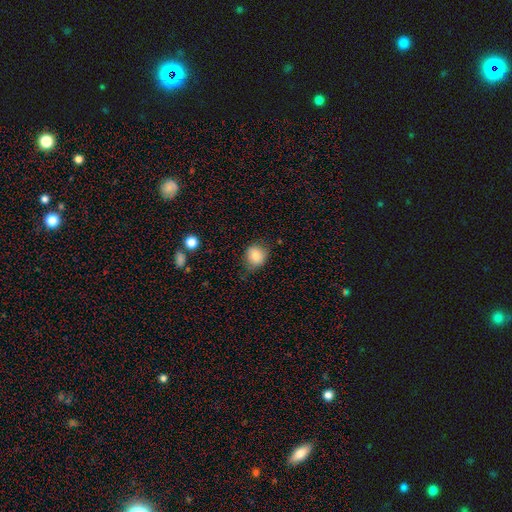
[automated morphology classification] Smooth or featured?
  - smooth: 81% *
  - featured or disk: 10%
  - star or artifact: 9%
How rounded?
  - round: 75% *
  - in between: 24%
  - cigar-shaped: 1%
Merging?
  - none: 70% *
  - minor disturbance: 23%
  - major disturbance: 6%
  - merger: 2%